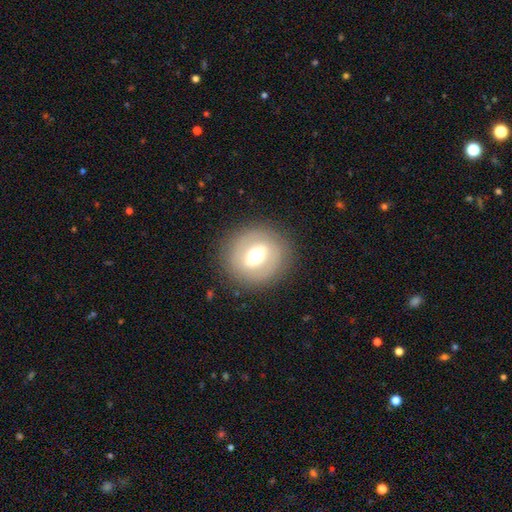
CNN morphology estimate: smooth-or-featured: smooth: 46% | featured or disk: 43% | star or artifact: 11%
  merging: none: 84% | minor disturbance: 9% | major disturbance: 5% | merger: 1%